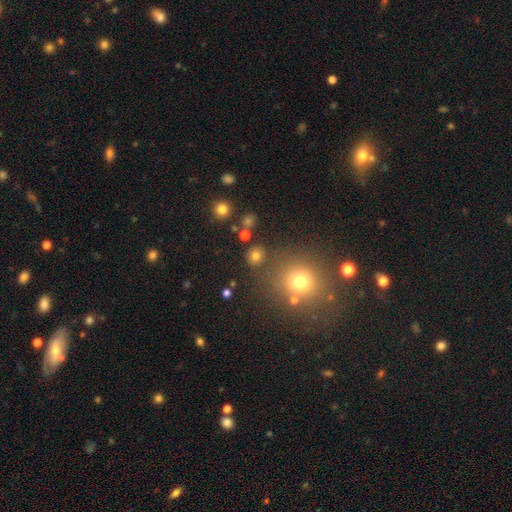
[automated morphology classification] smooth-or-featured: smooth: 75% | star or artifact: 18% | featured or disk: 7%
  how-rounded: round: 83% | in between: 16% | cigar-shaped: 1%
  merging: none: 83% | minor disturbance: 8% | merger: 6% | major disturbance: 4%